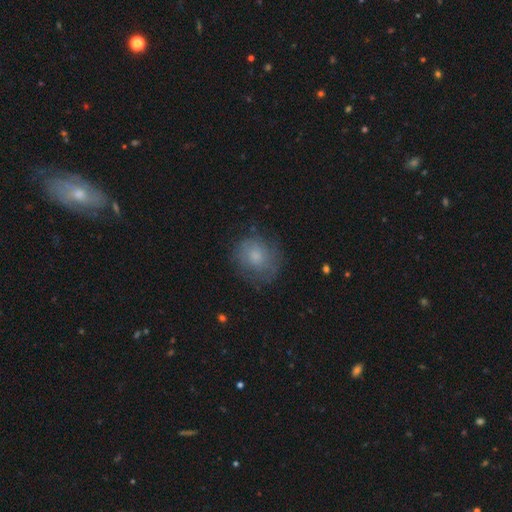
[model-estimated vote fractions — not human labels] A smooth galaxy with no disk features (64%) that is round (75%).

Vote fractions:
- Smooth or featured? smooth: 64% / featured or disk: 26% / star or artifact: 10%
- How rounded? round: 75% / in between: 24% / cigar-shaped: 1%
- Merging? none: 67% / minor disturbance: 21% / major disturbance: 10% / merger: 1%